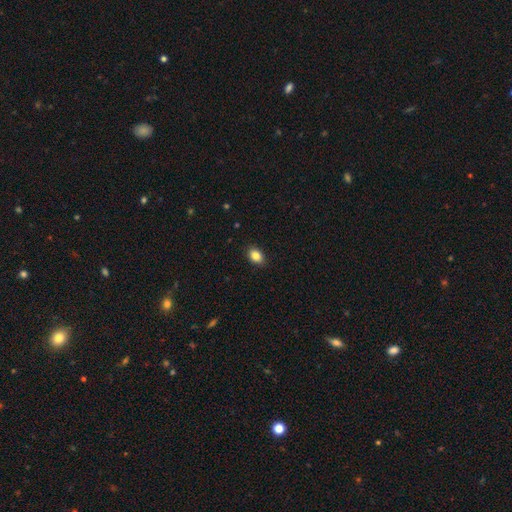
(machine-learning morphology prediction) Smooth or featured? smooth (85%)
How rounded? in between (72%)
Merging? none (90%)